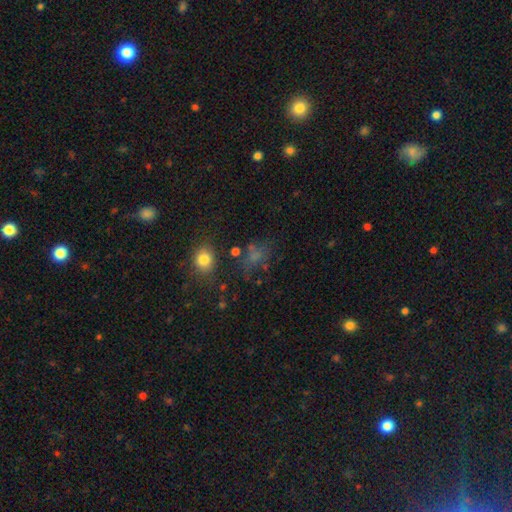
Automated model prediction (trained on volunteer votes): Smooth or featured: smooth — 53% (star or artifact — 30%)
How rounded: in between — 54% (round — 43%)
Merging: none — 57% (minor disturbance — 18%)